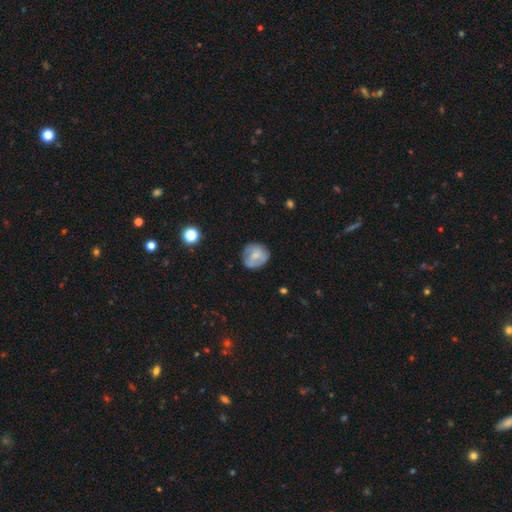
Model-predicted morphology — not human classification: The model was most divided on "smooth or featured" (2-way tie): featured or disk: 46%, smooth: 46%, star or artifact: 7%. More confident: merging — none (71%).